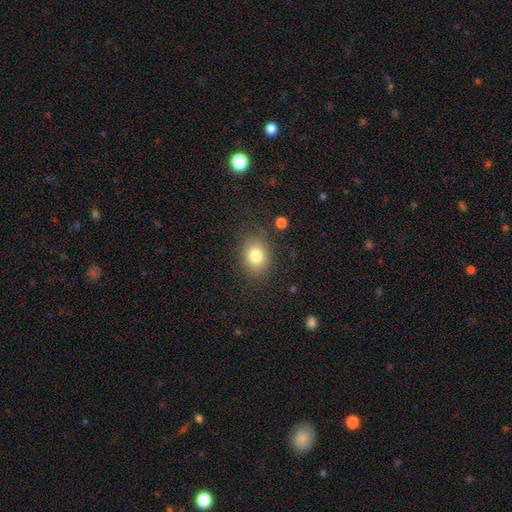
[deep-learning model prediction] Smooth or featured? Predicted: smooth (p=0.80). How rounded? Predicted: round (p=0.50). Merging? Predicted: none (p=0.83).